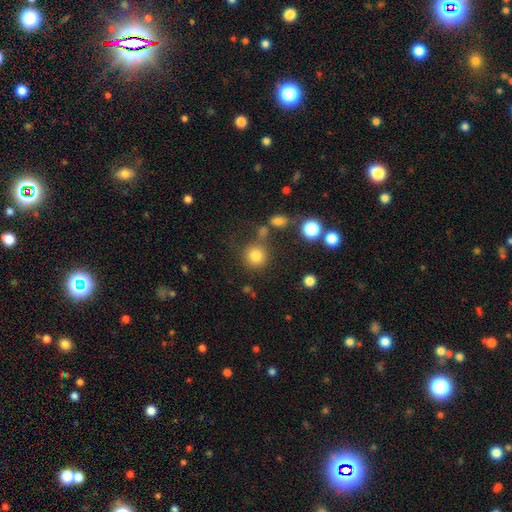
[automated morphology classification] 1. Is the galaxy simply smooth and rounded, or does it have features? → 80% smooth, 13% star or artifact, 7% featured or disk.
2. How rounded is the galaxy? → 91% round, 8% in between, 1% cigar-shaped.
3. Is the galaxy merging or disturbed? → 75% none, 11% minor disturbance, 9% merger, 6% major disturbance.